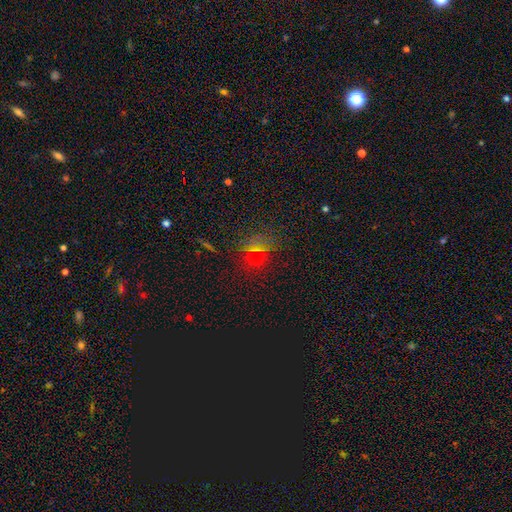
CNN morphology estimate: This is possibly a smooth galaxy (52%). How rounded: likely round (76%). Merging: likely none (80%).